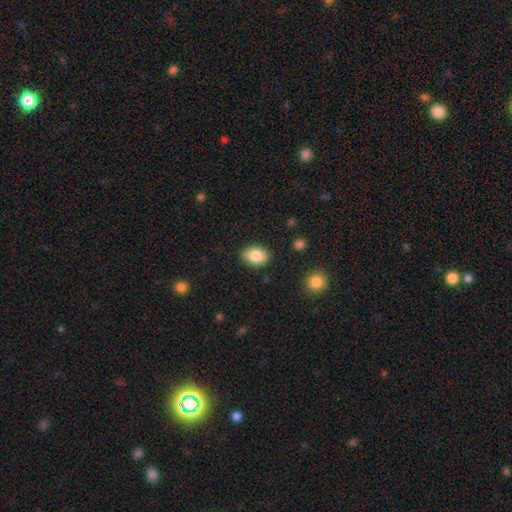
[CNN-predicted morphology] Smooth or featured: smooth — 85% (star or artifact — 8%)
How rounded: in between — 78% (round — 21%)
Merging: none — 86% (minor disturbance — 10%)